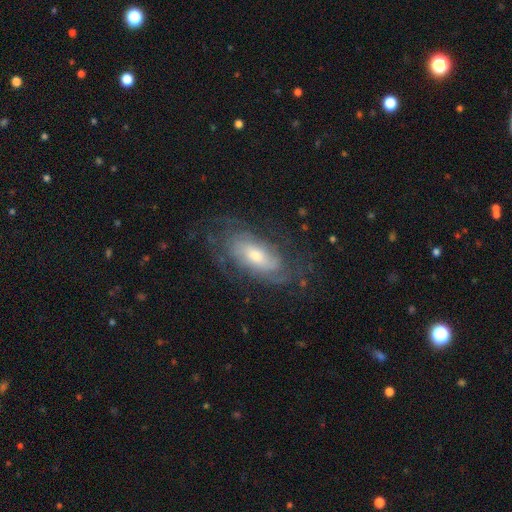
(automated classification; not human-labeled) Smooth or featured? Predicted: featured or disk (p=0.74). Edge-on disk? Predicted: no (p=0.91). Bar? Predicted: no (p=0.62). Spiral arms? Predicted: yes (p=0.87). Spiral winding? Predicted: tight (p=0.57). Spiral arm count? Predicted: can't tell (p=0.52). Bulge size? Predicted: moderate (p=0.50). Merging? Predicted: none (p=0.69).